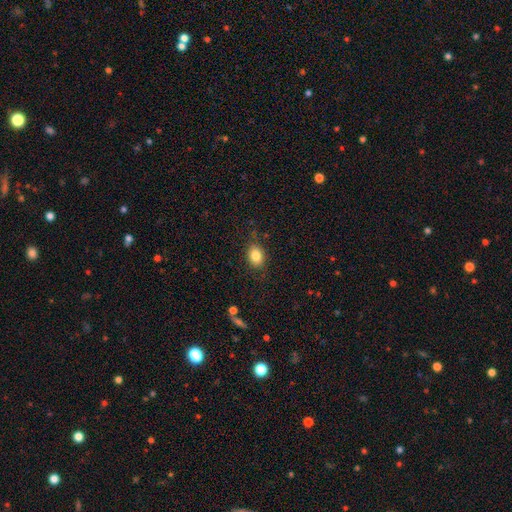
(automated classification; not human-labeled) Smooth or featured? smooth (83%)
How rounded? in between (64%)
Merging? none (82%)